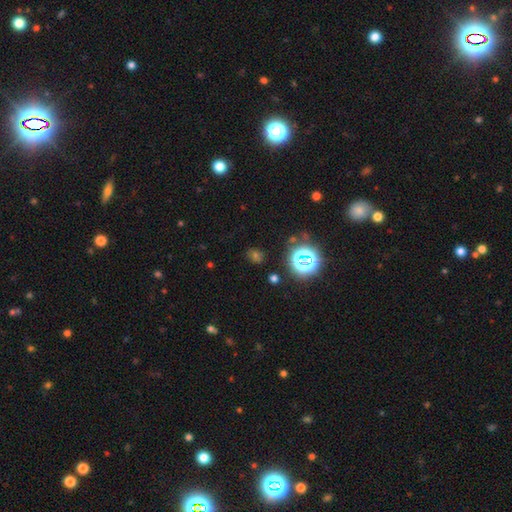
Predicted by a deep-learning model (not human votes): This appears to be a star or artifact, not a galaxy (55%).